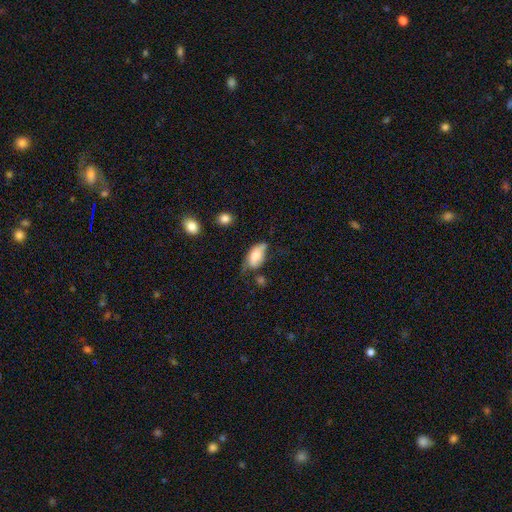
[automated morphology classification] smooth 68%, featured or disk 25%, star or artifact 7%. Down the decision tree: how rounded — in between (91%); merging — minor disturbance (38%).